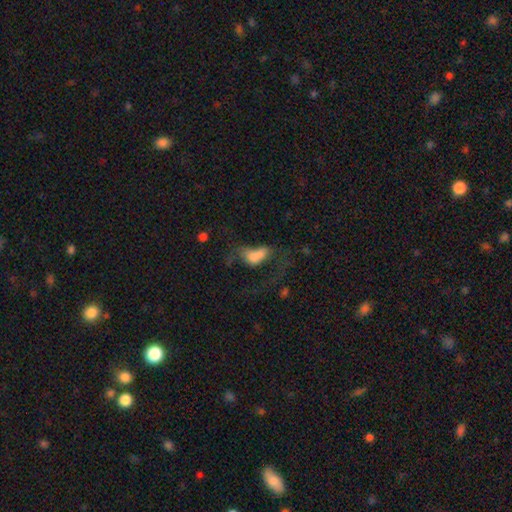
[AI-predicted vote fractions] A smooth galaxy with no disk features (58%) that is in between round and cigar-shaped (85%).

Vote fractions:
- Smooth or featured? smooth: 58% / featured or disk: 29% / star or artifact: 14%
- How rounded? in between: 85% / round: 8% / cigar-shaped: 7%
- Merging? major disturbance: 47% / merger: 24% / none: 17% / minor disturbance: 12%